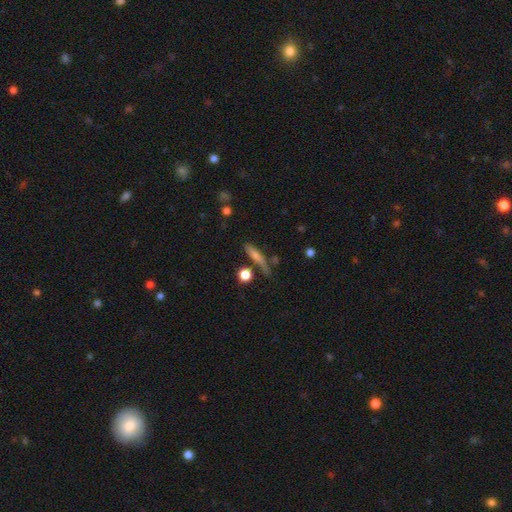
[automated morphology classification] Overall: smooth (62%; featured or disk 29%). How rounded: cigar-shaped (80%). Merging: none (66%).